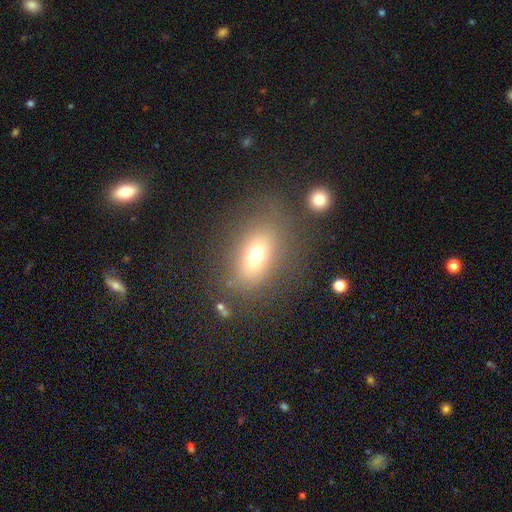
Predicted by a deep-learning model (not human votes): Smooth or featured? smooth (66%)
How rounded? in between (70%)
Merging? none (69%)